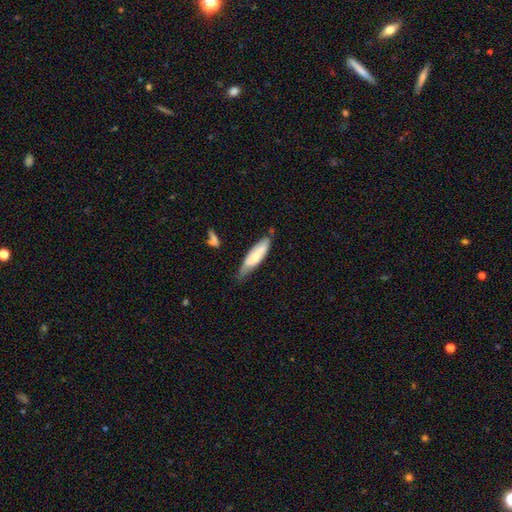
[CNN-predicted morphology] Q: Smooth or featured?
A: smooth (68%); runner-up: featured or disk (27%)
Q: How rounded?
A: cigar-shaped (60%); runner-up: in between (39%)
Q: Merging?
A: none (57%); runner-up: minor disturbance (32%)